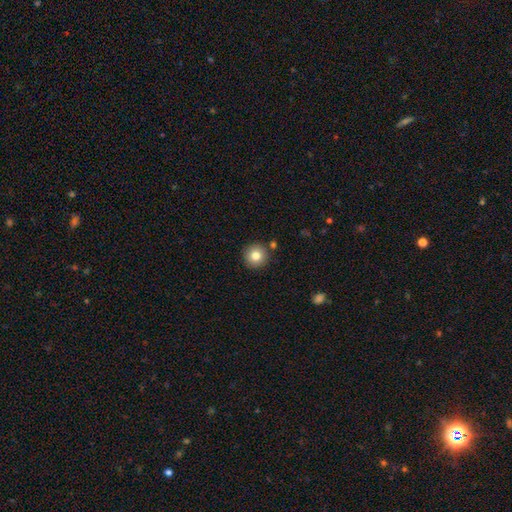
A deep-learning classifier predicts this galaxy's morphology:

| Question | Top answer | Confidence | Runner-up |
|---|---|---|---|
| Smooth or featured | smooth | 80% | star or artifact (10%) |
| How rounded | round | 96% | in between (3%) |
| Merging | none | 88% | minor disturbance (6%) |